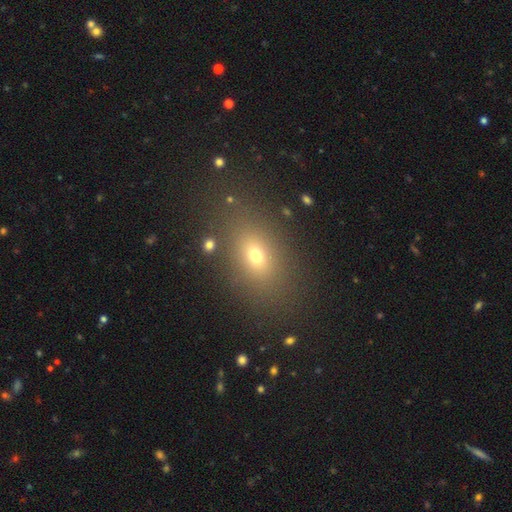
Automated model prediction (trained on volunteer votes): Smooth or featured: smooth — 68% (star or artifact — 18%)
How rounded: in between — 73% (round — 24%)
Merging: none — 82% (minor disturbance — 10%)